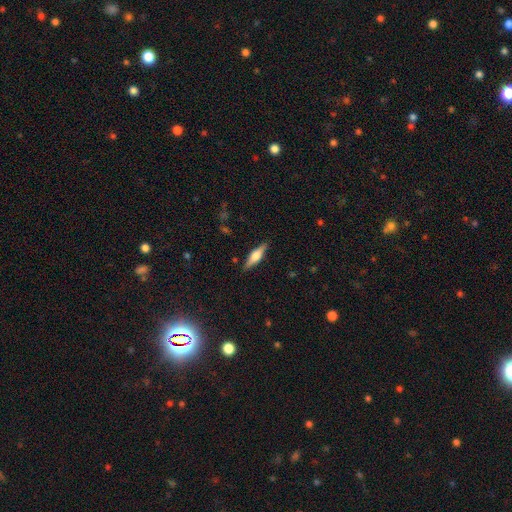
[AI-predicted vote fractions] smooth_or_featured: featured or disk (p=0.56) [alt: smooth p=0.38]
disk_edge_on: yes (p=0.96) [alt: no p=0.04]
edge_on_bulge: rounded (p=0.86) [alt: boxy p=0.11]
merging: none (p=0.88) [alt: minor disturbance p=0.09]